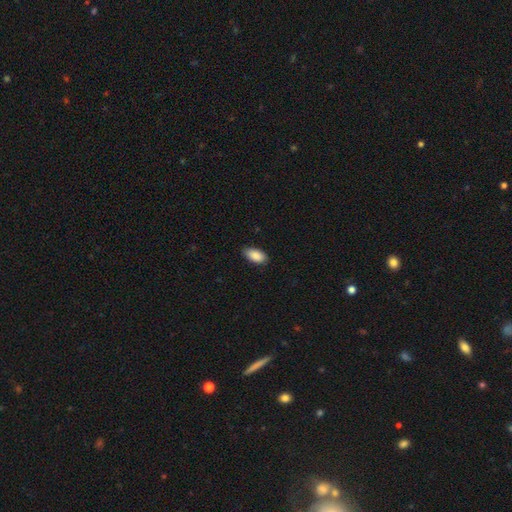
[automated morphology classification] Smooth or featured: smooth — 89% (star or artifact — 6%)
How rounded: in between — 94% (cigar-shaped — 4%)
Merging: none — 85% (minor disturbance — 12%)